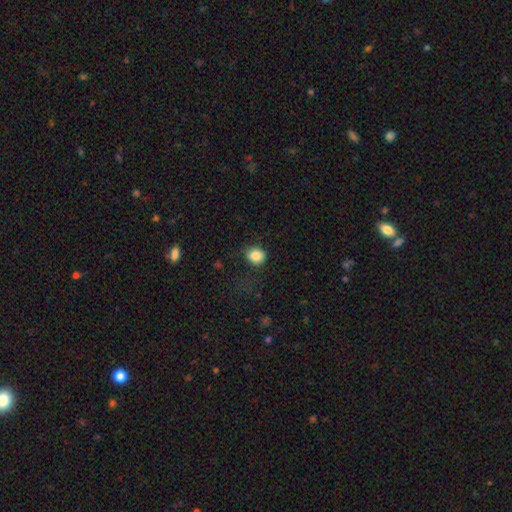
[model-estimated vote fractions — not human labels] Smooth or featured? Predicted: smooth (p=0.85). How rounded? Predicted: round (p=0.65). Merging? Predicted: none (p=0.69).